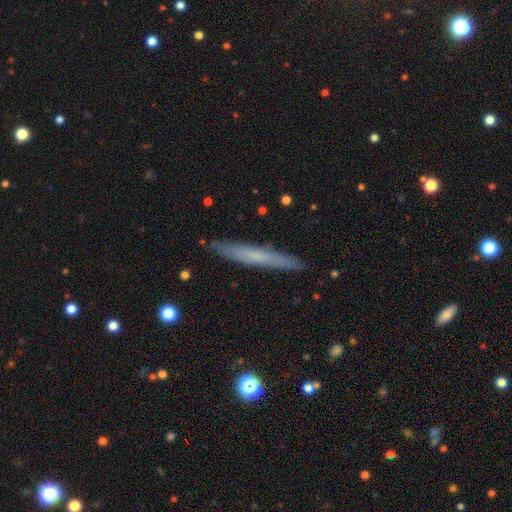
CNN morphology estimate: Q: Smooth or featured?
A: smooth (52%); runner-up: featured or disk (42%)
Q: How rounded?
A: cigar-shaped (96%); runner-up: in between (3%)
Q: Merging?
A: none (89%); runner-up: minor disturbance (8%)